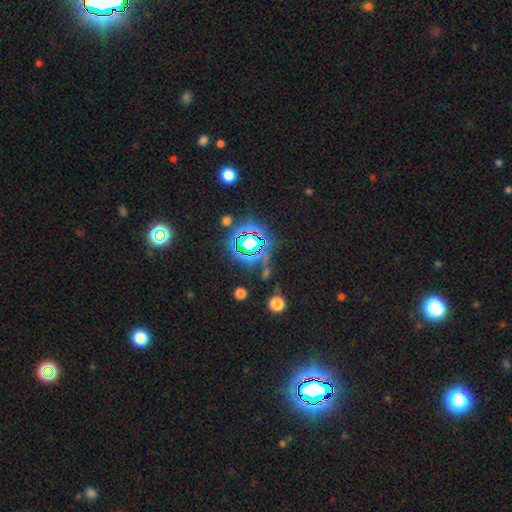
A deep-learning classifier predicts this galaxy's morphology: Smooth or featured? star or artifact (79%)